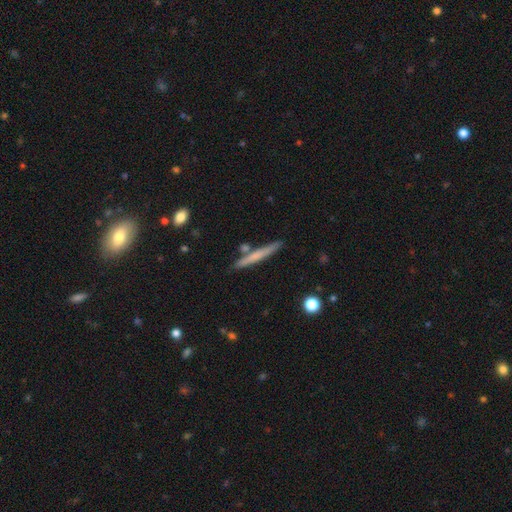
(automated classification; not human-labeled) Q: Smooth or featured?
A: smooth (57%); runner-up: featured or disk (37%)
Q: How rounded?
A: cigar-shaped (96%); runner-up: in between (3%)
Q: Merging?
A: none (82%); runner-up: minor disturbance (10%)